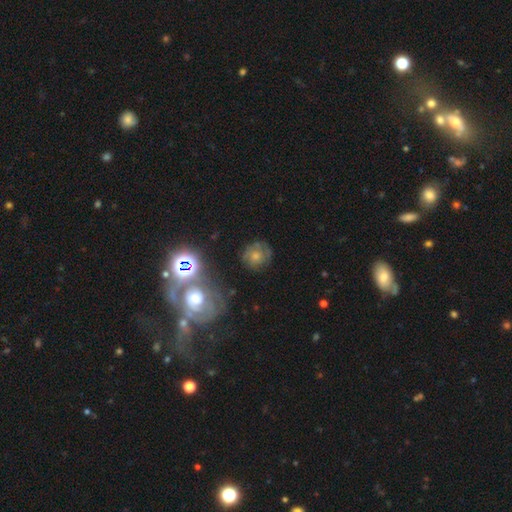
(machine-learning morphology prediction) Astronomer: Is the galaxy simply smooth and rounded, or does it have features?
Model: featured or disk — 43% (runner-up: smooth, 41%).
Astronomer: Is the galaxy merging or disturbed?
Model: none — 71%.